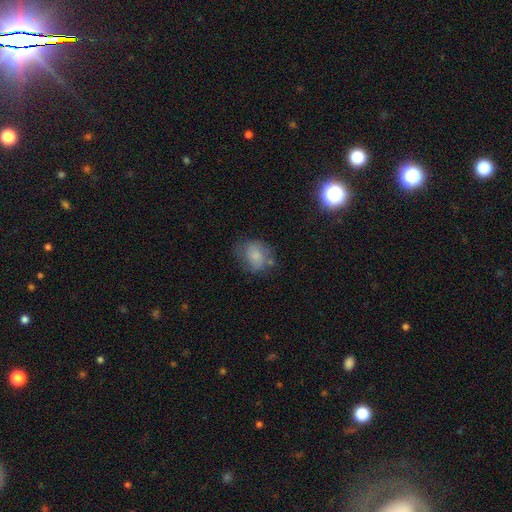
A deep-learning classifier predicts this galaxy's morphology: Smooth or featured? Predicted: smooth (p=0.70). How rounded? Predicted: round (p=0.52). Merging? Predicted: none (p=0.56).